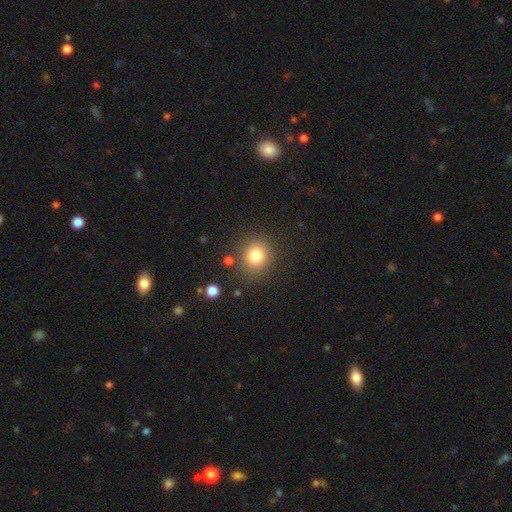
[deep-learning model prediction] smooth 81%, star or artifact 12%, featured or disk 7%. Down the decision tree: how rounded — round (84%); merging — none (84%).